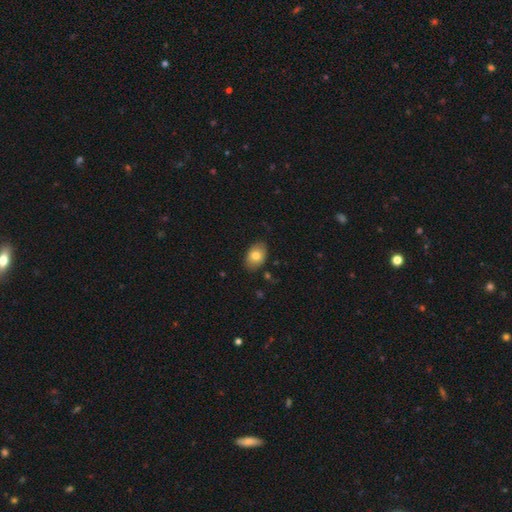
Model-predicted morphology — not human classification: This is likely a smooth galaxy (79%). How rounded: clearly in between (83%). Merging: clearly none (83%).